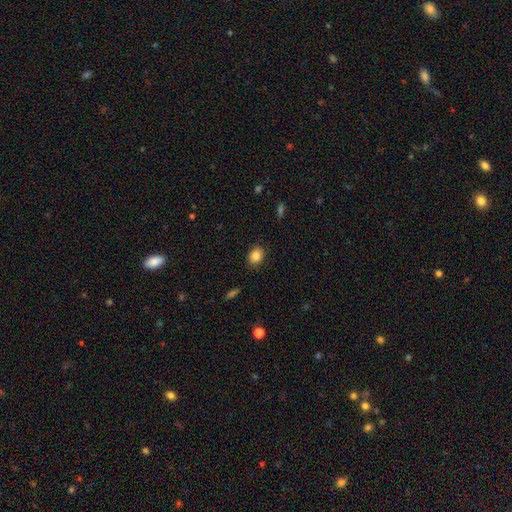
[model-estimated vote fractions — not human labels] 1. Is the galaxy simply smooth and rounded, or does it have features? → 84% smooth, 10% star or artifact, 6% featured or disk.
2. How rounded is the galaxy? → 52% round, 47% in between, 1% cigar-shaped.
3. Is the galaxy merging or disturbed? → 87% none, 10% minor disturbance, 2% major disturbance, 1% merger.